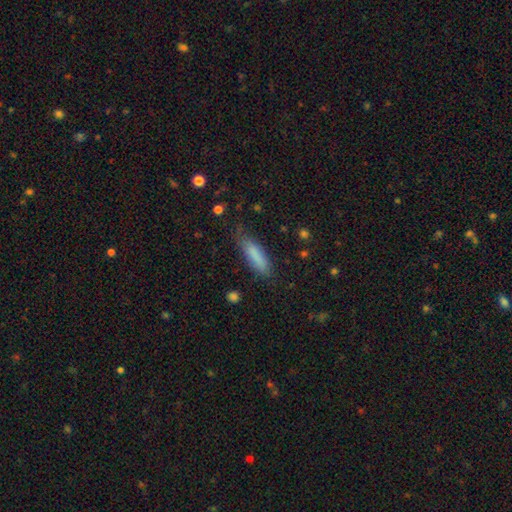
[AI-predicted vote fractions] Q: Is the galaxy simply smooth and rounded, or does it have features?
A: smooth — 84%.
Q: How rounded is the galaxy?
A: cigar-shaped — 57%.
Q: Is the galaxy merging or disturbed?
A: none — 72%.